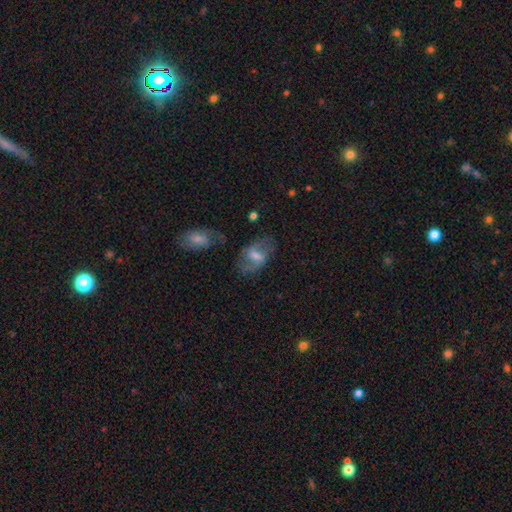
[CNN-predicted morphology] featured or disk 57%, smooth 35%, star or artifact 8%. Down the decision tree: edge-on disk — no (94%); bar — weak (47%); spiral arms — yes (67%); bulge size — moderate (44%); merging — none (64%).